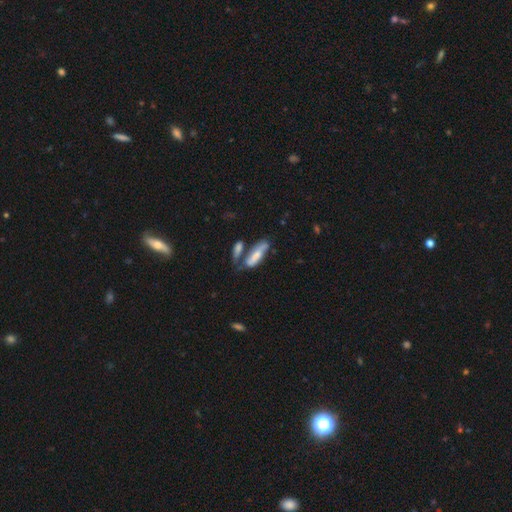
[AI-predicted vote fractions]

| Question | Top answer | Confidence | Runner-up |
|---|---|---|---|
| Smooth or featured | smooth | 58% | featured or disk (35%) |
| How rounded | in between | 51% | cigar-shaped (47%) |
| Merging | none | 39% | merger (31%) |